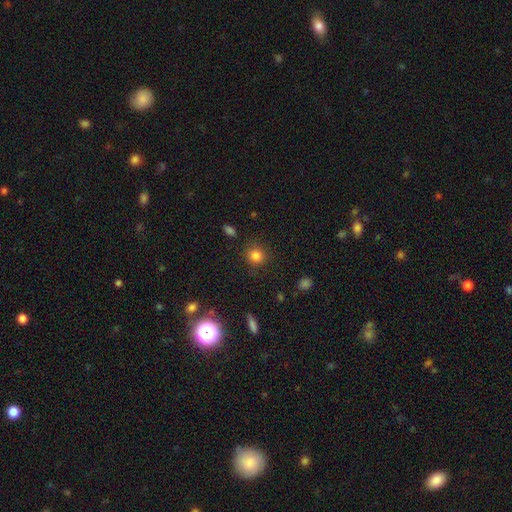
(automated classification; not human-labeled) Morphology: type=smooth (81%); roundness=round (85%); merging=none (85%).